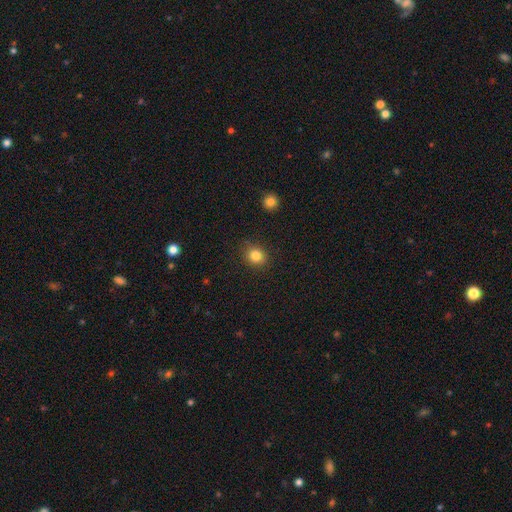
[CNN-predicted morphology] Smooth or featured?
  - smooth: 84% *
  - star or artifact: 11%
  - featured or disk: 5%
How rounded?
  - round: 75% *
  - in between: 24%
  - cigar-shaped: 1%
Merging?
  - none: 87% *
  - minor disturbance: 9%
  - major disturbance: 3%
  - merger: 1%